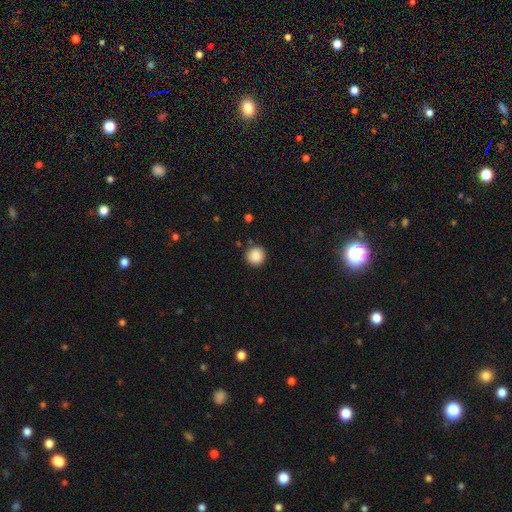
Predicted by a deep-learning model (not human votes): This appears to be a smooth galaxy with no disk features (88%) that is round (94%). Merging: none (89%).